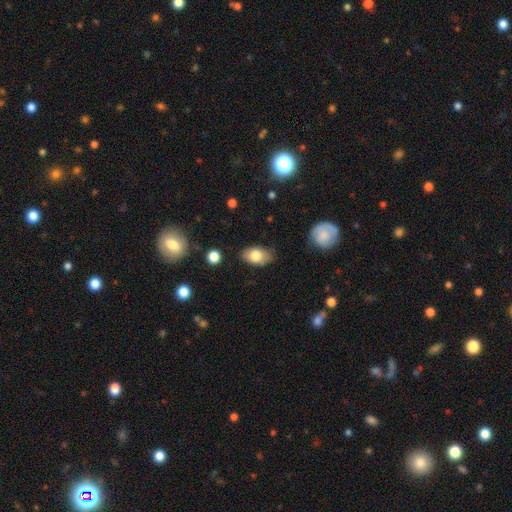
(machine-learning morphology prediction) Smooth or featured: smooth — 80% (featured or disk — 13%)
How rounded: in between — 91% (round — 8%)
Merging: none — 81% (minor disturbance — 15%)